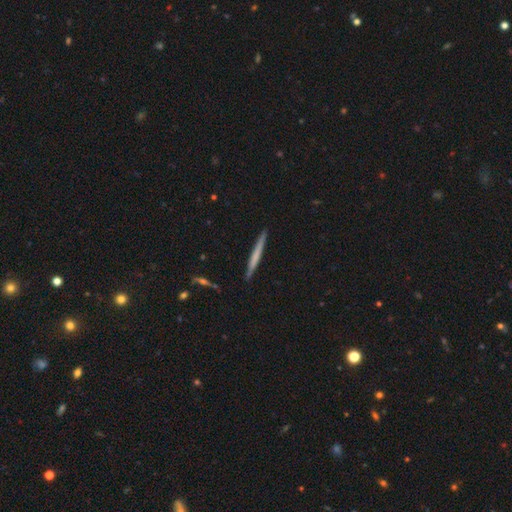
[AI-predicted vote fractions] Smooth or featured? Predicted: smooth (p=0.54). How rounded? Predicted: cigar-shaped (p=0.97). Merging? Predicted: none (p=0.90).